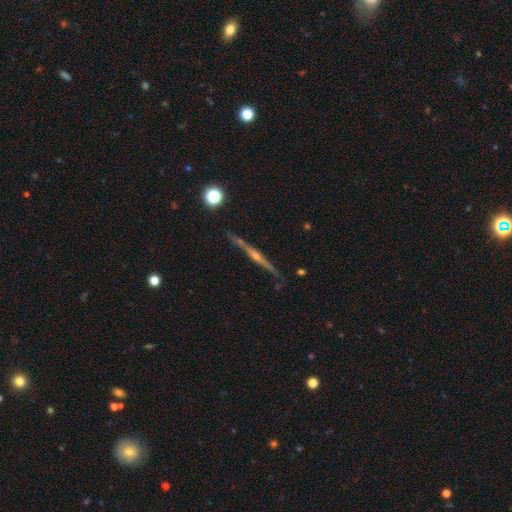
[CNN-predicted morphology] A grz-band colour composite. It shows a featured or disk galaxy (84%) viewed edge-on (98%) with a rounded central bulge (86%). Merging: none (88%).